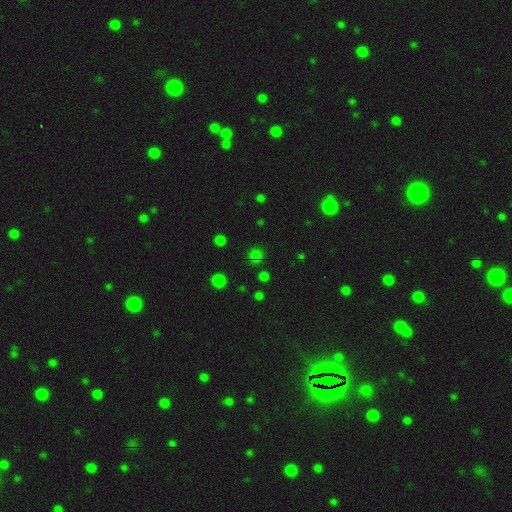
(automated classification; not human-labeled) Morphology: type=smooth (56%); roundness=round (85%); merging=none (80%).